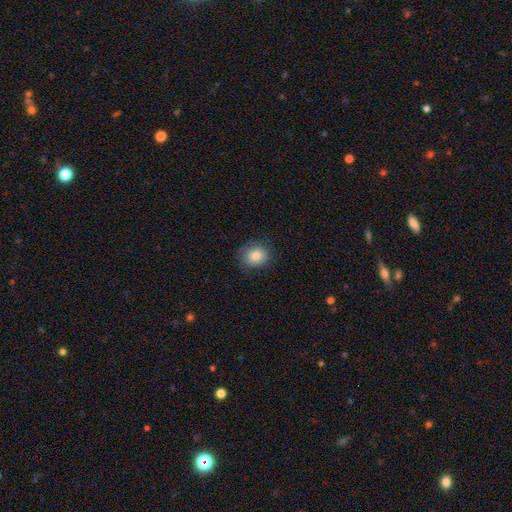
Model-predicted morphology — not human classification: Smooth or featured? smooth (83%)
How rounded? round (68%)
Merging? none (78%)